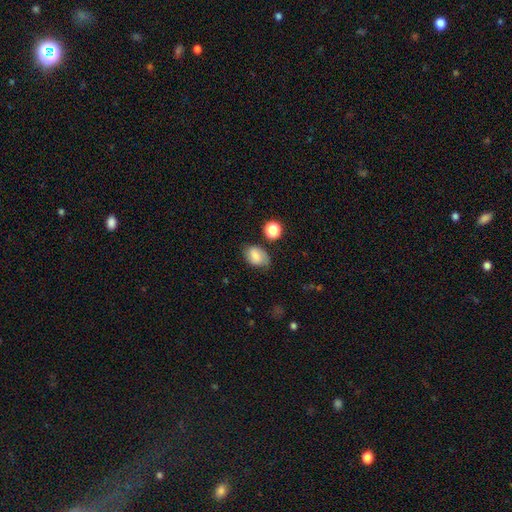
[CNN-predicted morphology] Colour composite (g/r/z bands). It shows a smooth galaxy with no disk features (73%) that is in between round and cigar-shaped (81%). Merging: none (67%).